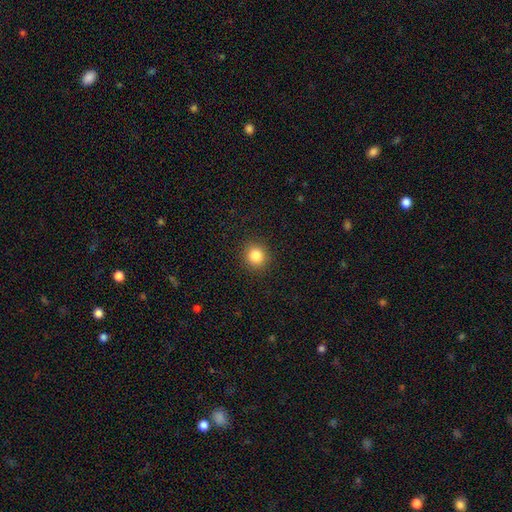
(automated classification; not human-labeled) smooth-or-featured: smooth: 84% | star or artifact: 11% | featured or disk: 5%
  how-rounded: round: 90% | in between: 9% | cigar-shaped: 1%
  merging: none: 91% | minor disturbance: 6% | major disturbance: 2% | merger: 1%